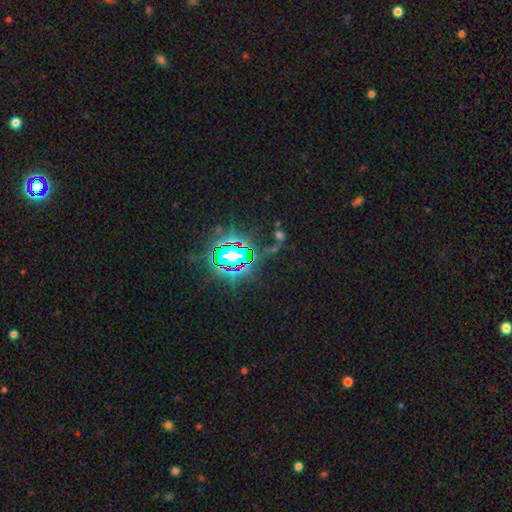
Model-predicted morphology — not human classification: A star or artifact, not a galaxy (83%).

Vote fractions:
- Smooth or featured? star or artifact: 83% / smooth: 9% / featured or disk: 7%